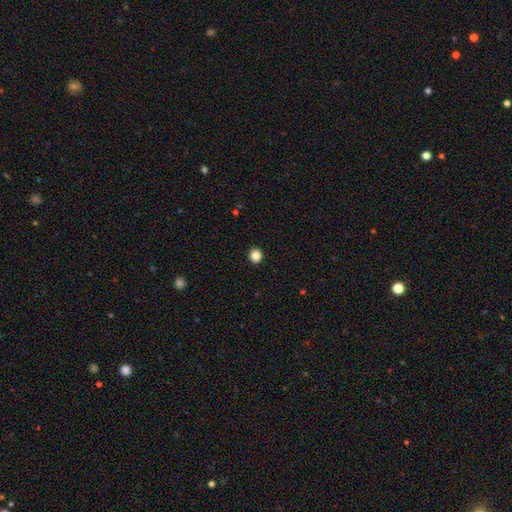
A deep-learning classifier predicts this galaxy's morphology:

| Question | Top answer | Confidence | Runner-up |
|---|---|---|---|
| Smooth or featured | smooth | 86% | star or artifact (11%) |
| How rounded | round | 88% | in between (11%) |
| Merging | none | 93% | minor disturbance (5%) |